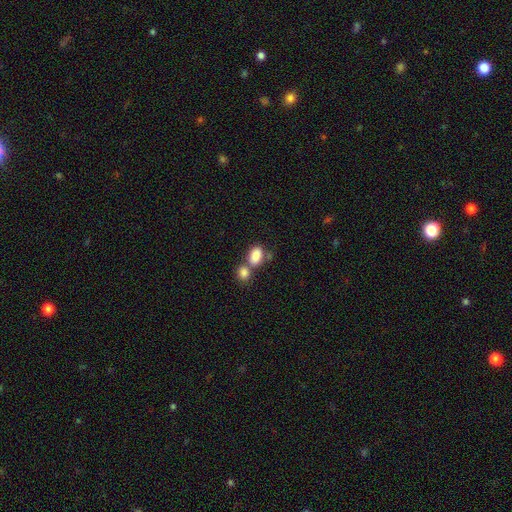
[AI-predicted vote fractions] Overall: smooth (84%). How rounded: in between (82%). Merging: merger (49%; none 38%).